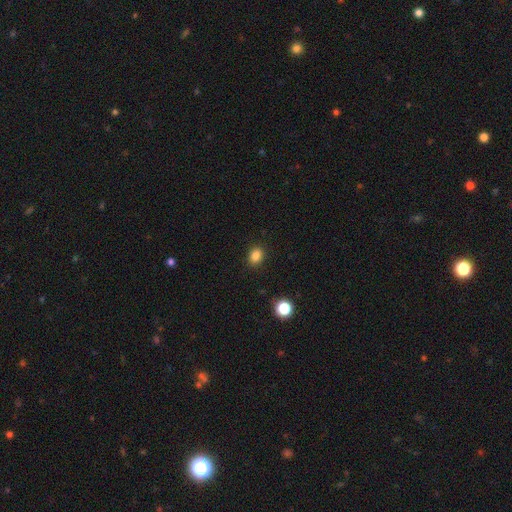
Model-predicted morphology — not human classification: smooth-or-featured: smooth: 85% | star or artifact: 12% | featured or disk: 4%
  how-rounded: in between: 51% | round: 48% | cigar-shaped: 1%
  merging: none: 89% | minor disturbance: 7% | major disturbance: 2% | merger: 1%